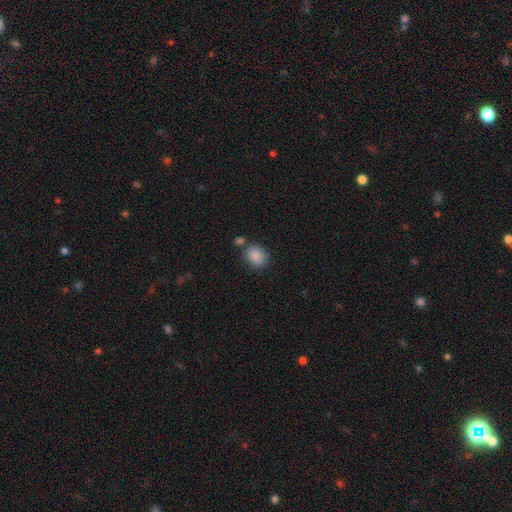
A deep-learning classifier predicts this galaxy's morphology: Smooth or featured: smooth — 87% (star or artifact — 8%)
How rounded: round — 51% (in between — 48%)
Merging: none — 71% (minor disturbance — 13%)